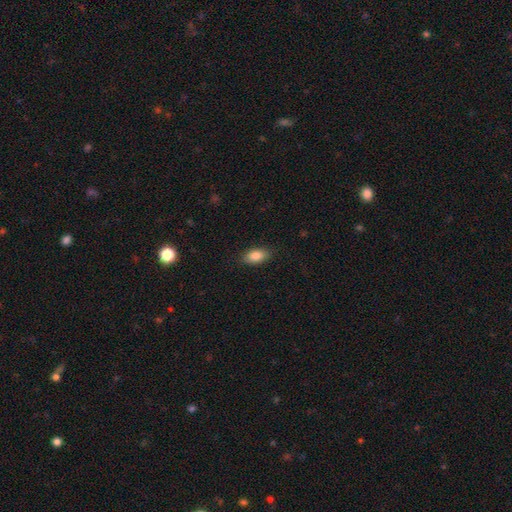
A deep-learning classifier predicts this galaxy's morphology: smooth 85%, featured or disk 8%, star or artifact 7%. Down the decision tree: how rounded — in between (90%); merging — none (86%).